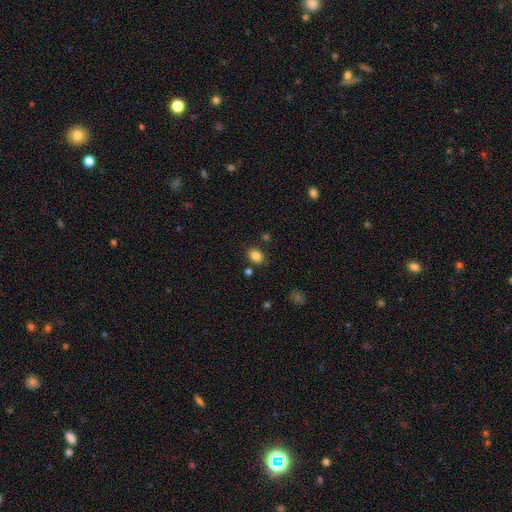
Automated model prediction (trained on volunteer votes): A smooth galaxy with no disk features (84%) that is in between round and cigar-shaped (72%).

Vote fractions:
- Smooth or featured? smooth: 84% / star or artifact: 10% / featured or disk: 5%
- How rounded? in between: 72% / round: 26% / cigar-shaped: 1%
- Merging? none: 82% / minor disturbance: 11% / merger: 4% / major disturbance: 3%